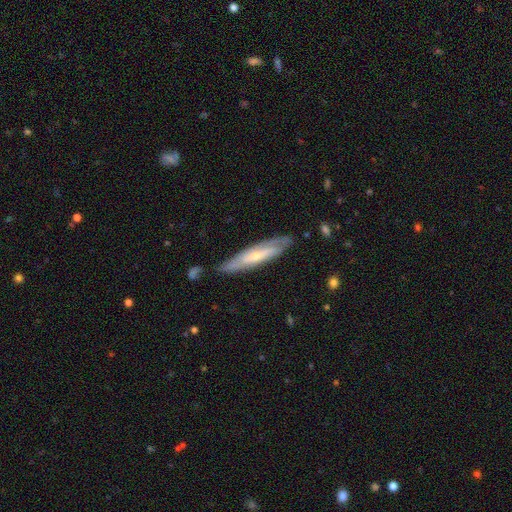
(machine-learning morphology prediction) Smooth or featured: featured or disk — 64% (smooth — 30%)
Edge-on disk: no — 53% (yes — 47%)
Merging: none — 73% (minor disturbance — 20%)